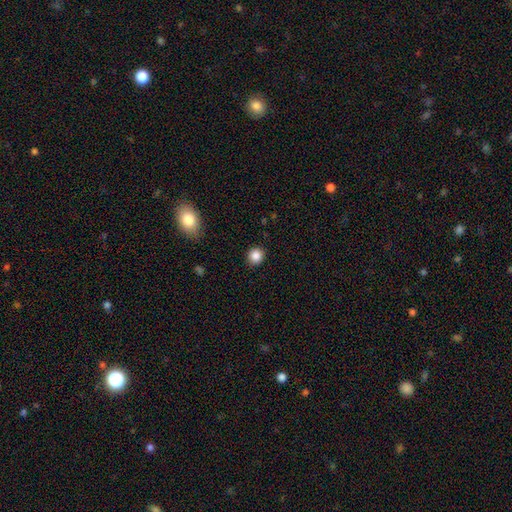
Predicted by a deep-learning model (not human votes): This appears to be a smooth galaxy with no disk features (86%) that is round (88%). Merging: none (91%).